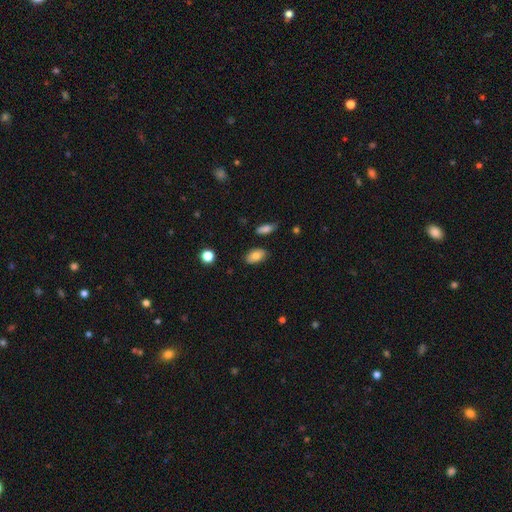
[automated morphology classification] A smooth galaxy with no disk features (78%) that is in between round and cigar-shaped (91%).

Vote fractions:
- Smooth or featured? smooth: 78% / featured or disk: 14% / star or artifact: 8%
- How rounded? in between: 91% / round: 7% / cigar-shaped: 2%
- Merging? none: 83% / minor disturbance: 12% / merger: 3% / major disturbance: 2%